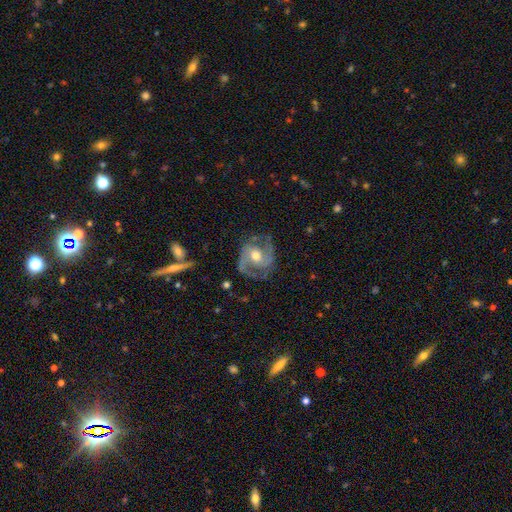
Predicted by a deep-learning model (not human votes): Smooth or featured?
  - featured or disk: 86% *
  - smooth: 8%
  - star or artifact: 6%
Edge-on disk?
  - no: 97% *
  - yes: 3%
Bar?
  - no: 53% *
  - weak: 37%
  - strong: 10%
Spiral arms?
  - yes: 96% *
  - no: 4%
Spiral winding?
  - medium: 56% *
  - tight: 25%
  - loose: 19%
Spiral arm count?
  - 2: 88% *
  - can't tell: 4%
  - 3: 4%
  - 1: 2%
  - 4: 1%
  - more than 4: 1%
Bulge size?
  - moderate: 73% *
  - small: 13%
  - large: 12%
  - none: 1%
  - dominant: 1%
Merging?
  - none: 73% *
  - minor disturbance: 17%
  - major disturbance: 8%
  - merger: 2%